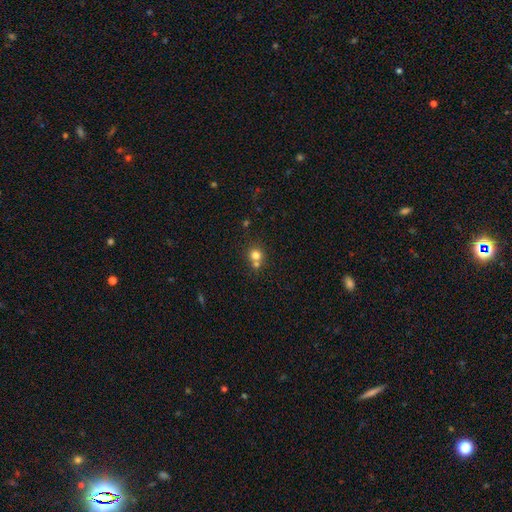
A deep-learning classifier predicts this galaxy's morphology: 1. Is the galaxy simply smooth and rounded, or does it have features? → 77% smooth, 14% star or artifact, 10% featured or disk.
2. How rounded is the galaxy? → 88% round, 11% in between, 1% cigar-shaped.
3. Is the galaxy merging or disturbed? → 52% none, 38% merger, 7% minor disturbance, 3% major disturbance.